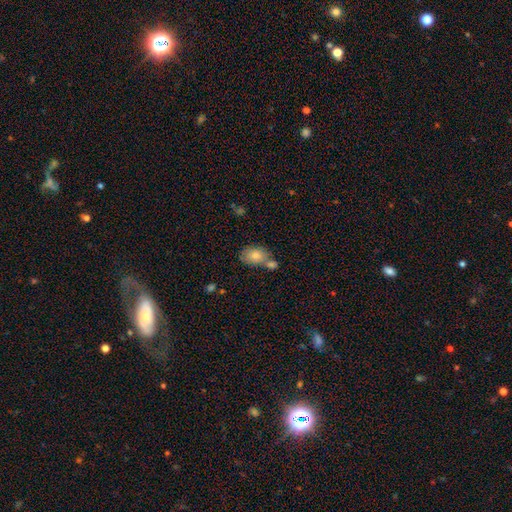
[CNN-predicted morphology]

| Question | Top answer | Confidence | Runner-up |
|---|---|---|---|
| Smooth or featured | smooth | 79% | featured or disk (13%) |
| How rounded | in between | 76% | round (22%) |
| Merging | none | 43% | merger (38%) |